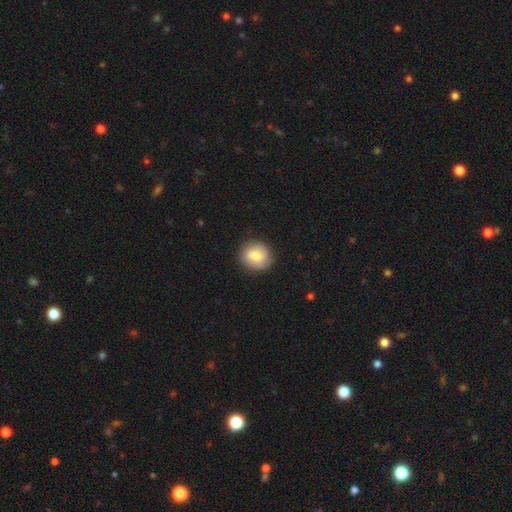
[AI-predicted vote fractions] Q: Smooth or featured?
A: smooth (75%); runner-up: featured or disk (18%)
Q: How rounded?
A: round (79%); runner-up: in between (20%)
Q: Merging?
A: none (85%); runner-up: minor disturbance (11%)